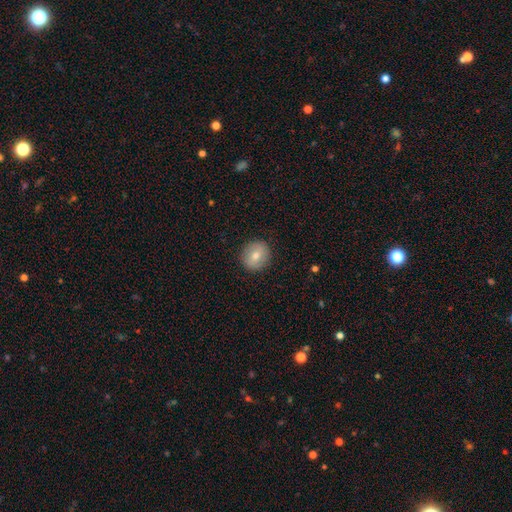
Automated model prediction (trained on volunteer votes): smooth 72%, featured or disk 20%, star or artifact 8%. Down the decision tree: how rounded — round (83%); merging — none (89%).